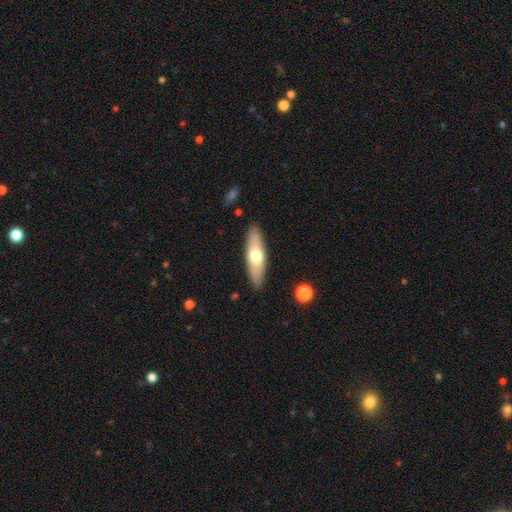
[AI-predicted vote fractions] Overall: smooth (58%; featured or disk 37%). How rounded: cigar-shaped (58%; in between 40%). Merging: none (89%).